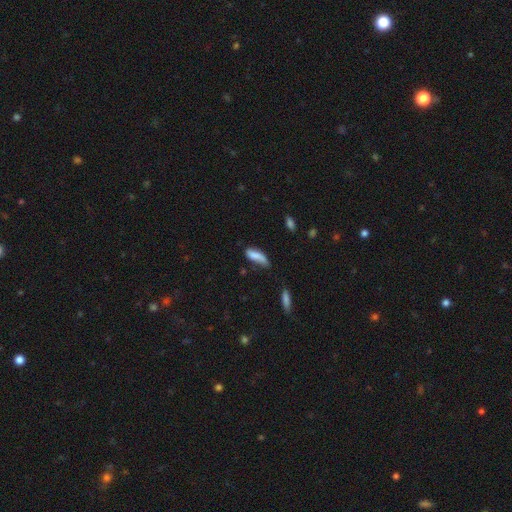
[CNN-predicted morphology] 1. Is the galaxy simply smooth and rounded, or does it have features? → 78% smooth, 14% featured or disk, 8% star or artifact.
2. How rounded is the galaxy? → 58% in between, 39% cigar-shaped, 2% round.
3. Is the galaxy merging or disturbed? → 40% minor disturbance, 38% none, 16% major disturbance, 6% merger.